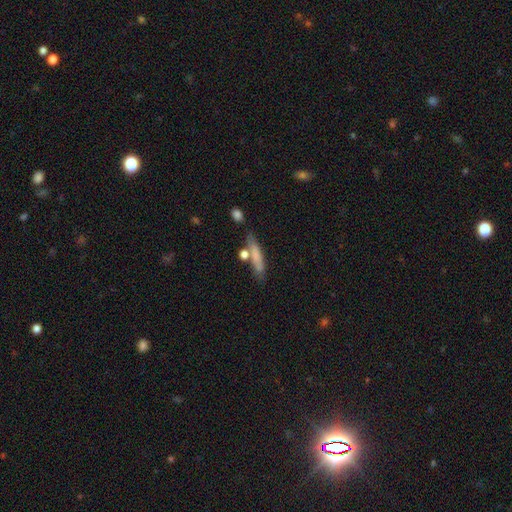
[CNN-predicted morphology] smooth-or-featured: smooth: 71% | featured or disk: 21% | star or artifact: 8%
  how-rounded: cigar-shaped: 82% | in between: 15% | round: 3%
  merging: none: 69% | minor disturbance: 16% | merger: 10% | major disturbance: 5%